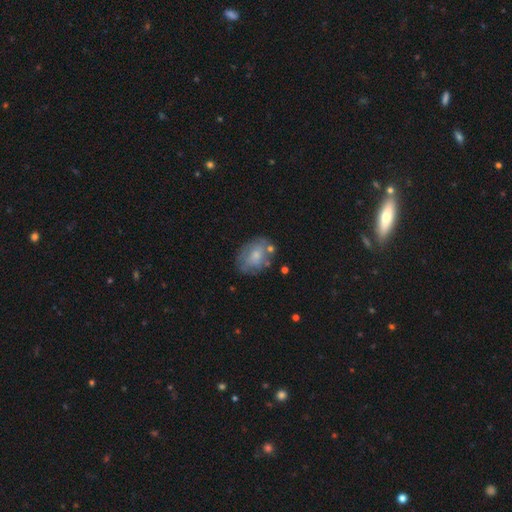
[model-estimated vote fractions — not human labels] Smooth or featured? Predicted: smooth (p=0.58). How rounded? Predicted: in between (p=0.75). Merging? Predicted: none (p=0.62).